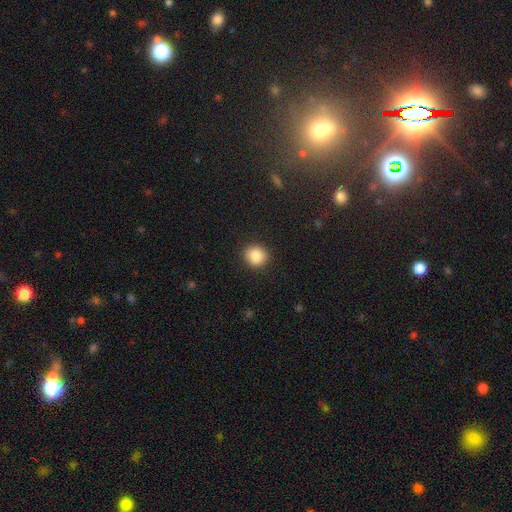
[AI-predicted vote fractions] This appears to be a smooth galaxy with no disk features (87%) that is round (81%). Merging: none (87%).